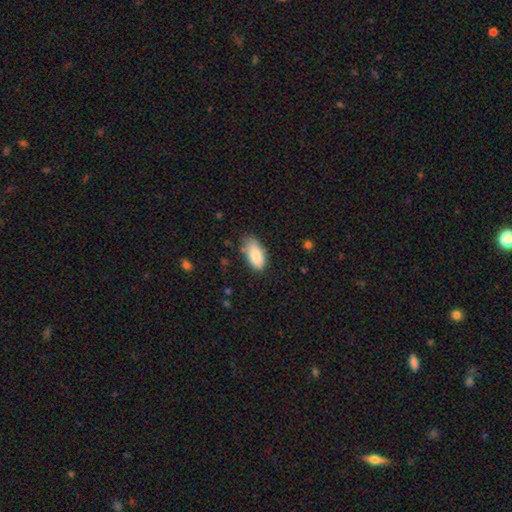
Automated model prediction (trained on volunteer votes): A smooth galaxy with no disk features (84%) that is in between round and cigar-shaped (92%). Merging: none (71%).